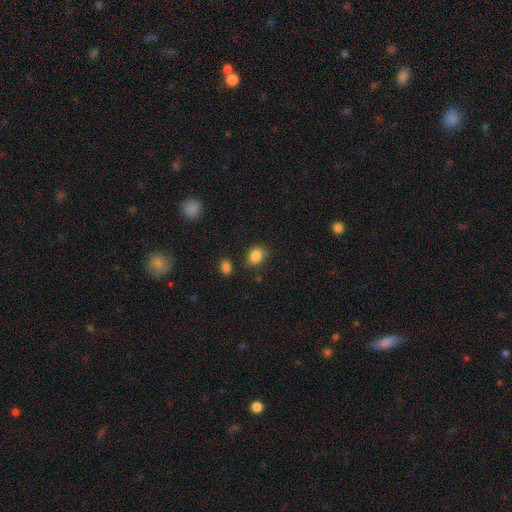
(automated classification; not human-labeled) Smooth or featured: smooth — 85% (star or artifact — 9%)
How rounded: in between — 53% (round — 46%)
Merging: none — 77% (minor disturbance — 16%)